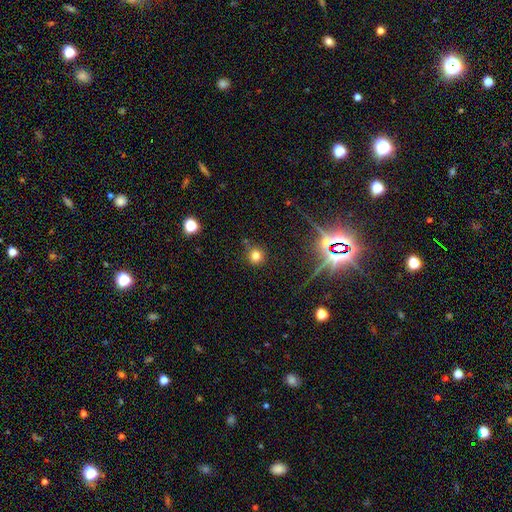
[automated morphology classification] Smooth or featured? Predicted: smooth (p=0.75). How rounded? Predicted: round (p=0.92). Merging? Predicted: none (p=0.80).